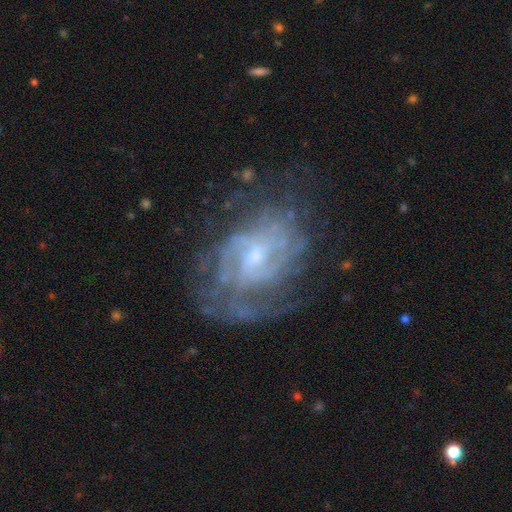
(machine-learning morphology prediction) Smooth or featured?
  - featured or disk: 85% *
  - smooth: 8%
  - star or artifact: 7%
Edge-on disk?
  - no: 97% *
  - yes: 3%
Bar?
  - no: 51% *
  - weak: 42%
  - strong: 8%
Spiral arms?
  - yes: 91% *
  - no: 9%
Spiral winding?
  - tight: 55% *
  - medium: 35%
  - loose: 10%
Spiral arm count?
  - can't tell: 42% *
  - 2: 23%
  - 3: 15%
  - 4: 9%
  - 1: 6%
  - more than 4: 6%
Bulge size?
  - small: 65% *
  - moderate: 27%
  - none: 5%
  - large: 2%
  - dominant: 1%
Merging?
  - none: 63% *
  - minor disturbance: 20%
  - major disturbance: 15%
  - merger: 2%